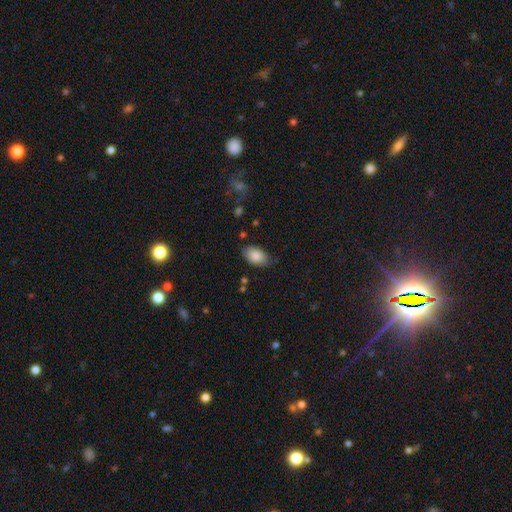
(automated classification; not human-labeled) This is clearly a smooth galaxy (87%). How rounded: clearly in between (92%). Merging: likely none (79%).